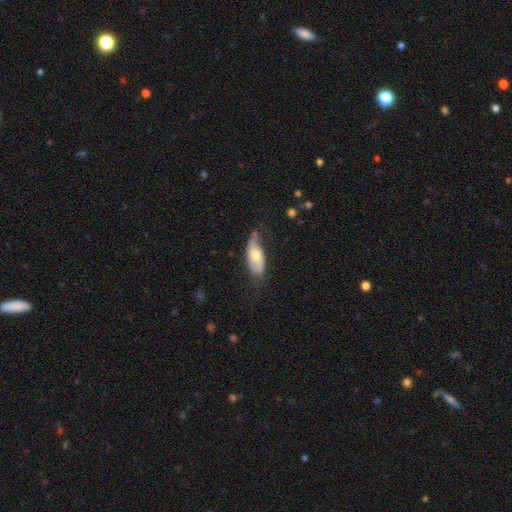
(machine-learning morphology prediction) Smooth or featured: featured or disk — 49% (smooth — 45%)
Merging: none — 46% (minor disturbance — 37%)